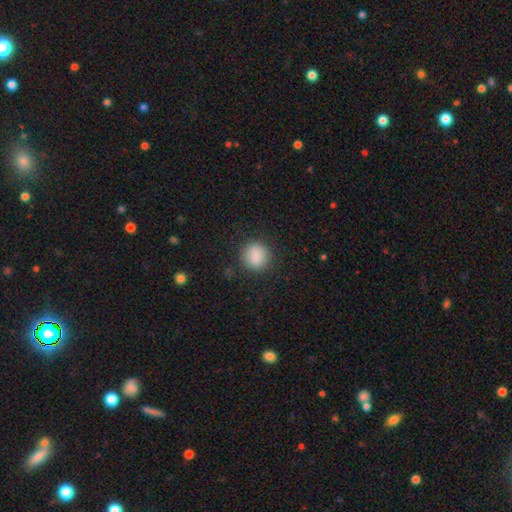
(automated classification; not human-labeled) Morphology: type=smooth (87%); roundness=round (79%); merging=none (84%).